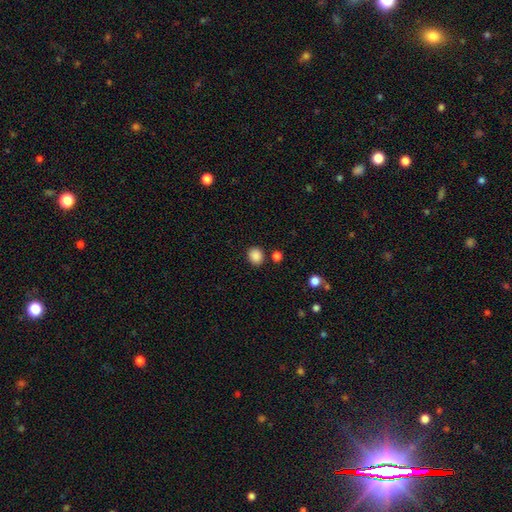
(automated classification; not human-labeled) smooth 87%, star or artifact 10%, featured or disk 3%. Down the decision tree: how rounded — round (71%); merging — none (84%).